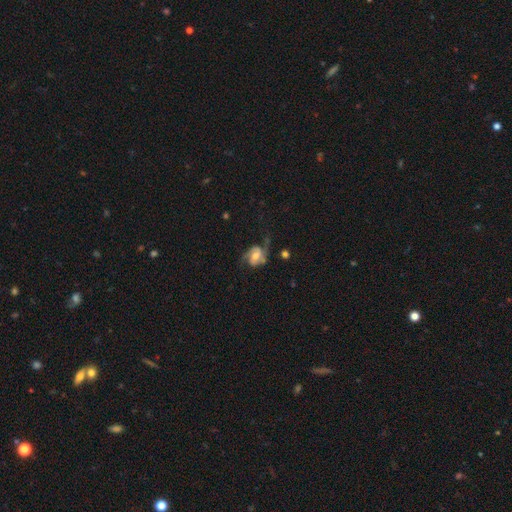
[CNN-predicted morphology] smooth_or_featured: featured or disk (p=0.73) [alt: smooth p=0.19]
disk_edge_on: no (p=0.97) [alt: yes p=0.03]
bar: no (p=0.49) [alt: weak p=0.38]
has_spiral_arms: yes (p=0.92) [alt: no p=0.08]
spiral_winding: loose (p=0.42) [tied with: medium p=0.42]
spiral_arm_count: 2 (p=0.82) [alt: can't tell p=0.06]
bulge_size: moderate (p=0.60) [alt: small p=0.26]
merging: none (p=0.52) [alt: major disturbance p=0.23]